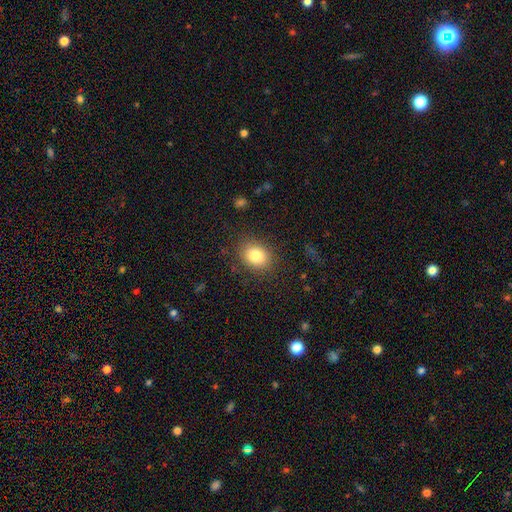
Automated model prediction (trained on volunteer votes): This is clearly a smooth galaxy (84%). How rounded: possibly in between (56%). Merging: clearly none (83%).